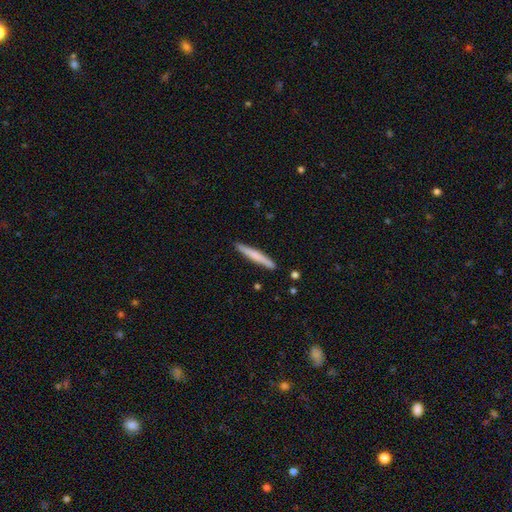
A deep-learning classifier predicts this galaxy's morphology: The model was most divided on "smooth or featured": smooth: 62%, featured or disk: 33%, star or artifact: 5%. More confident: how rounded — cigar-shaped (96%); merging — none (89%).